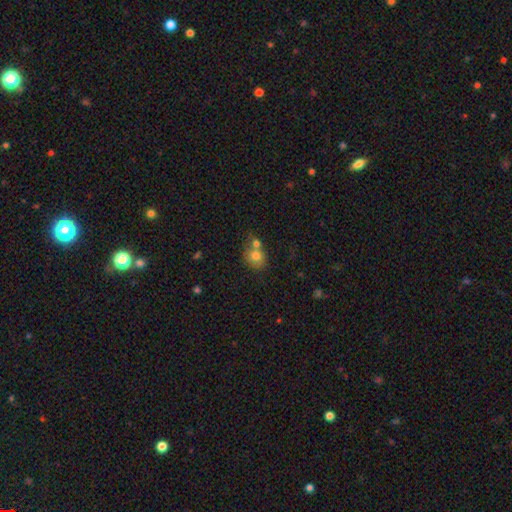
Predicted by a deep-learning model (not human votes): This is likely a smooth galaxy (77%). How rounded: likely round (71%). Merging: marginally merger (44%).